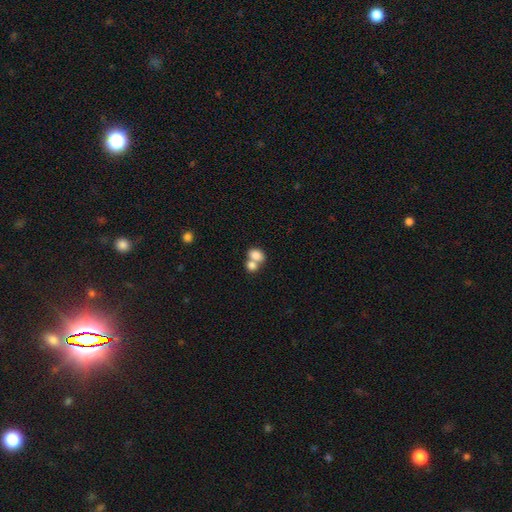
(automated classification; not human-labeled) Smooth or featured? Predicted: smooth (p=0.80). How rounded? Predicted: in between (p=0.68). Merging? Predicted: merger (p=0.61).